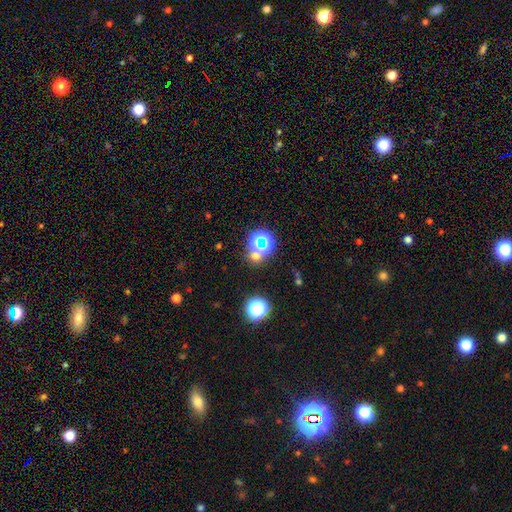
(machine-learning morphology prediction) A star or artifact, not a galaxy (46%, tied with smooth).